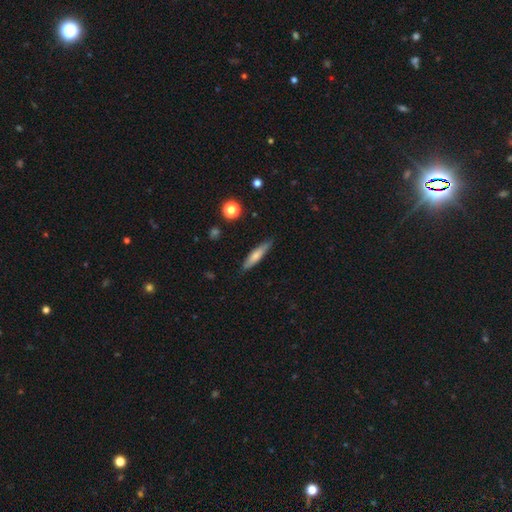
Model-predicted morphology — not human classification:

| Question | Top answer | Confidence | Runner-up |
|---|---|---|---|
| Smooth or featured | smooth | 67% | featured or disk (26%) |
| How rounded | cigar-shaped | 82% | in between (17%) |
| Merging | none | 82% | minor disturbance (14%) |